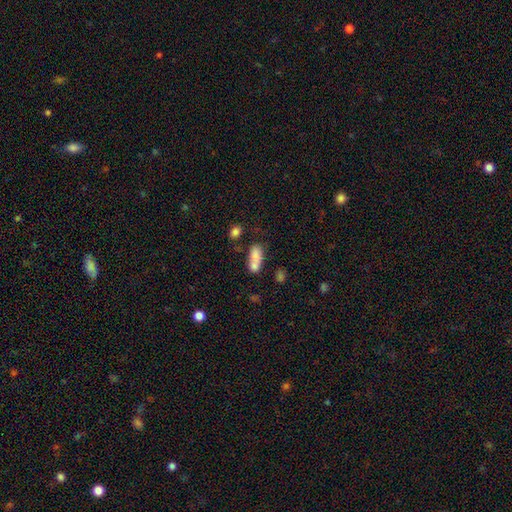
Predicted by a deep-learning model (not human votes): smooth 76%, featured or disk 15%, star or artifact 10%. Down the decision tree: how rounded — in between (81%); merging — merger (51%).